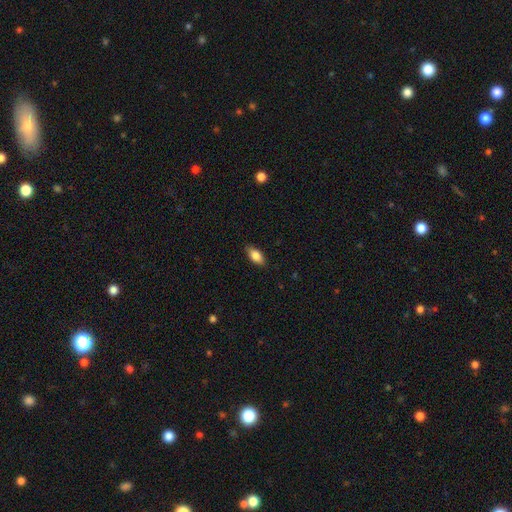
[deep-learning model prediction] Smooth or featured? Predicted: smooth (p=0.82). How rounded? Predicted: in between (p=0.87). Merging? Predicted: none (p=0.88).